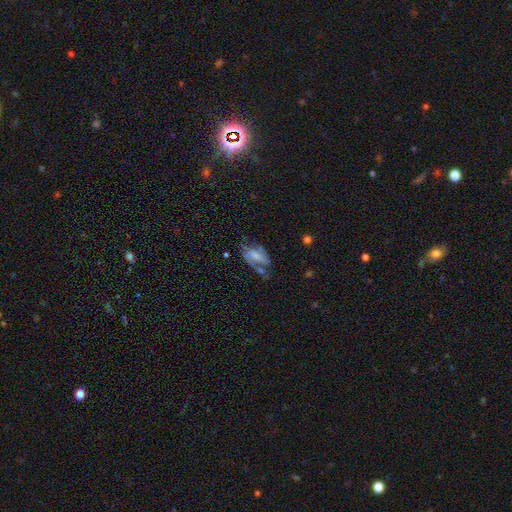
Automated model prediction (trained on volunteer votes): featured or disk 63%, smooth 28%, star or artifact 9%. Down the decision tree: edge-on disk — no (95%); bar — weak (42%); spiral arms — yes (82%); bulge size — small (32%); merging — none (40%).